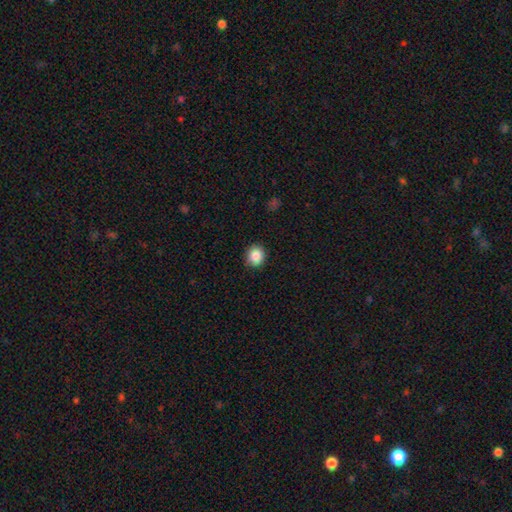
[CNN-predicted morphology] This is clearly a smooth galaxy (87%). How rounded: likely round (78%). Merging: clearly none (87%).